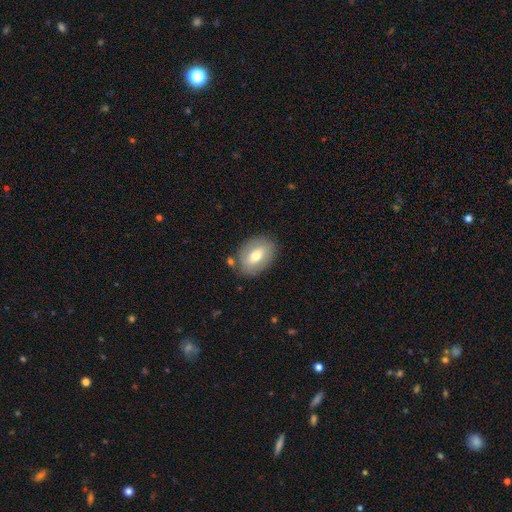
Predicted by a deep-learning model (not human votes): A smooth galaxy with no disk features (60%) that is in between round and cigar-shaped (81%). Merging: none (79%).